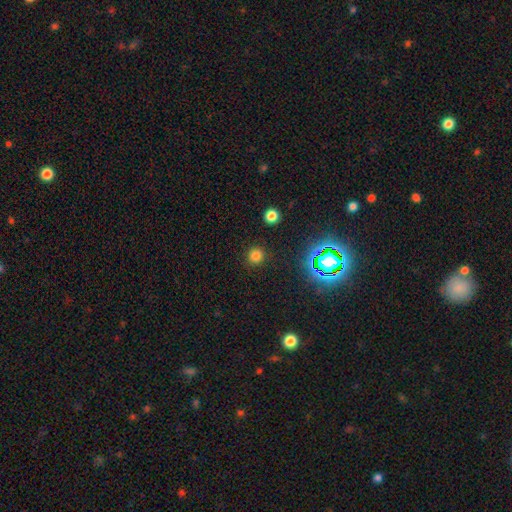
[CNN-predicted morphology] Q: Smooth or featured?
A: smooth (75%); runner-up: star or artifact (20%)
Q: How rounded?
A: round (93%); runner-up: in between (6%)
Q: Merging?
A: none (90%); runner-up: minor disturbance (6%)